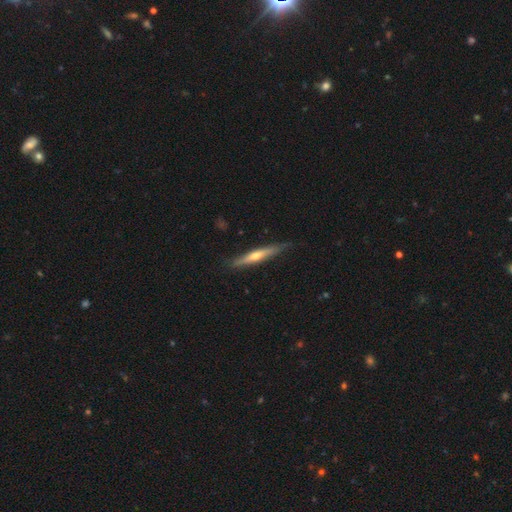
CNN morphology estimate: smooth-or-featured: featured or disk: 60% | smooth: 34% | star or artifact: 5%
  disk-edge-on: yes: 95% | no: 5%
    edge-on-bulge: rounded: 81% | none: 15% | boxy: 4%
  merging: none: 82% | minor disturbance: 15% | major disturbance: 2% | merger: 1%